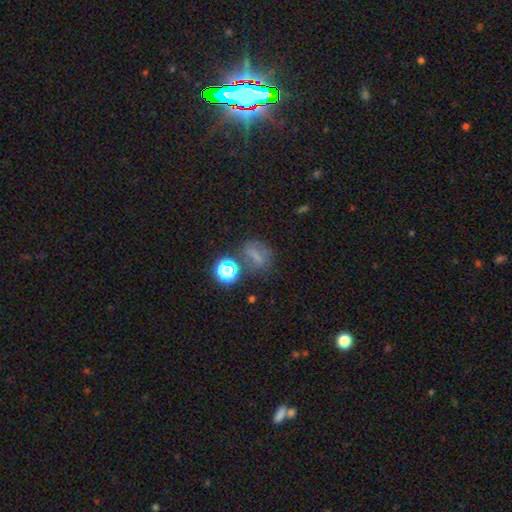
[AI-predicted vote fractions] smooth_or_featured: smooth (p=0.50) [alt: star or artifact p=0.32]
merging: none (p=0.57) [alt: minor disturbance p=0.19]